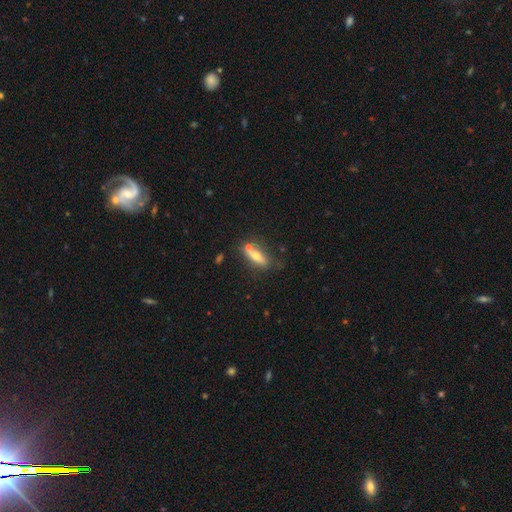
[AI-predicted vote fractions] smooth-or-featured: smooth: 58% | featured or disk: 33% | star or artifact: 8%
  how-rounded: in between: 54% | cigar-shaped: 42% | round: 4%
  merging: none: 56% | merger: 20% | minor disturbance: 18% | major disturbance: 7%